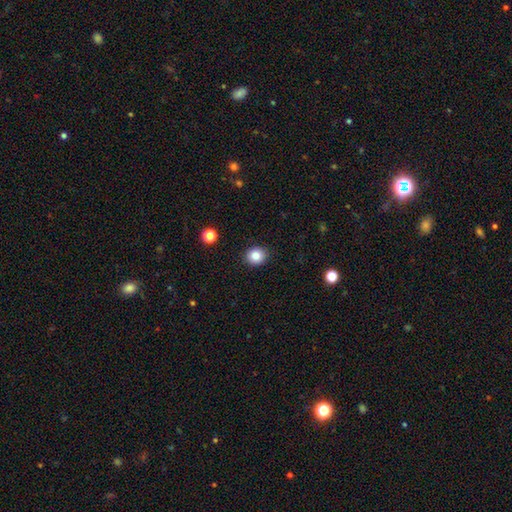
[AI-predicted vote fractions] smooth-or-featured: smooth: 83% | star or artifact: 11% | featured or disk: 6%
  how-rounded: round: 76% | in between: 23% | cigar-shaped: 1%
  merging: none: 91% | minor disturbance: 6% | major disturbance: 2% | merger: 1%